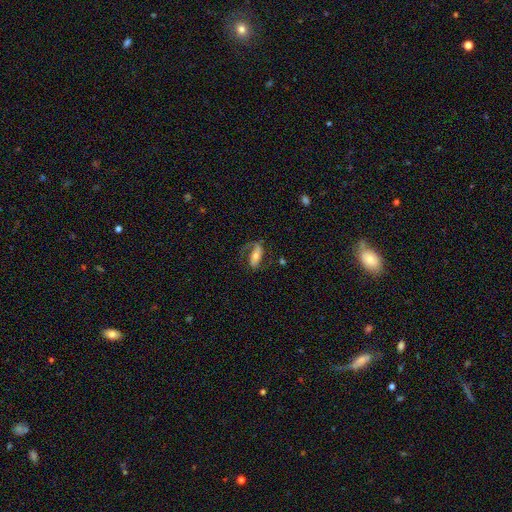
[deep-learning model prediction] A featured or disk galaxy (62%) with a strong bar (38%), spiral arms (83%) and a moderate central bulge (53%).

Vote fractions:
- Smooth or featured? featured or disk: 62% / smooth: 31% / star or artifact: 7%
- Edge-on disk? no: 90% / yes: 10%
- Bar? strong: 38% / no: 36% / weak: 27%
- Spiral arms? yes: 83% / no: 17%
- Bulge size? moderate: 53% / small: 35% / large: 8% / none: 2% / dominant: 2%
- Merging? none: 54% / major disturbance: 24% / minor disturbance: 19% / merger: 2%